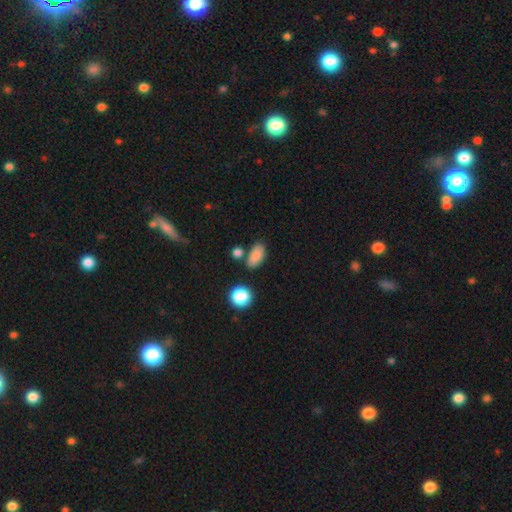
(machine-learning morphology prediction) Overall: smooth (85%). How rounded: in between (87%). Merging: none (71%).